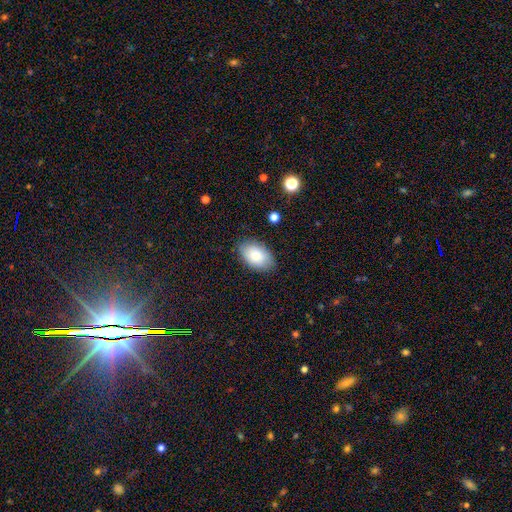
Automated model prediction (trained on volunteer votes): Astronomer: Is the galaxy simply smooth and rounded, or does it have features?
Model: smooth — 84%.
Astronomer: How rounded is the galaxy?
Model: in between — 93%.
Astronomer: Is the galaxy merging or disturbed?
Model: none — 83%.